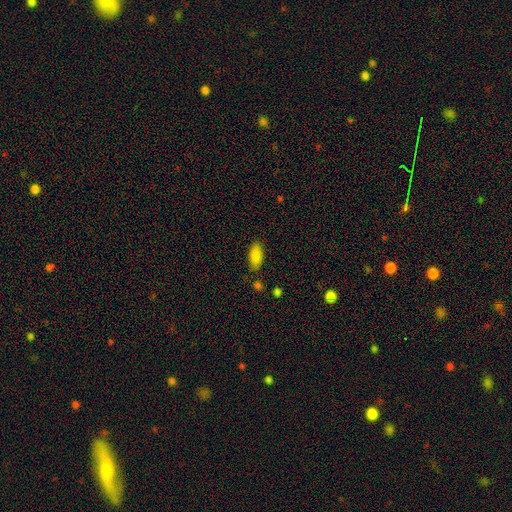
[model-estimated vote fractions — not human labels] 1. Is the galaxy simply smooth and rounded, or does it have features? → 85% smooth, 7% star or artifact, 7% featured or disk.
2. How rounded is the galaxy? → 84% in between, 13% cigar-shaped, 2% round.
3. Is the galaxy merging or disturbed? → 82% none, 12% minor disturbance, 3% merger, 3% major disturbance.